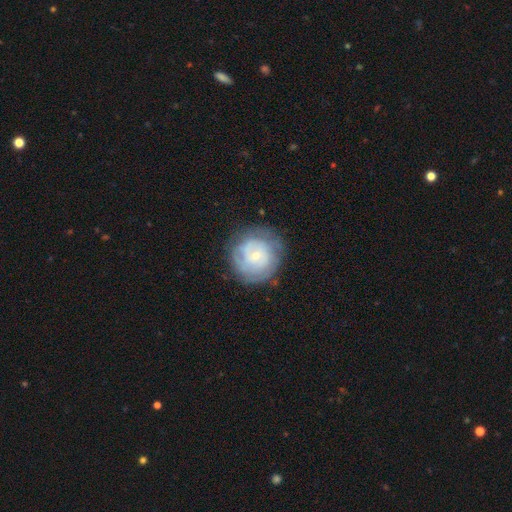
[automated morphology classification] type=featured or disk (56%); edge-on=no (98%); bar=no (77%); spiral arms=yes (70%); bulge=small (74%); merging=none (74%).